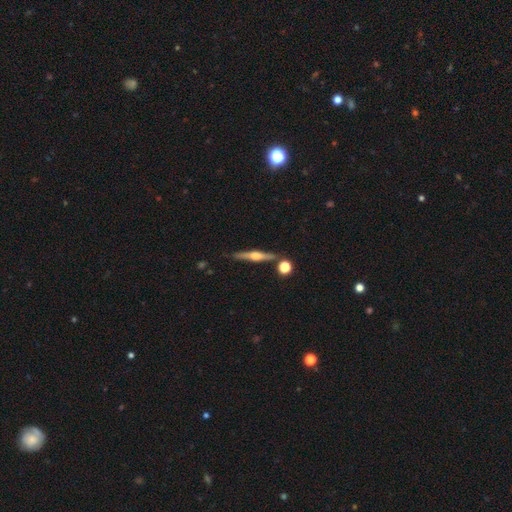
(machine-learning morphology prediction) smooth-or-featured: featured or disk: 72% | smooth: 21% | star or artifact: 7%
  disk-edge-on: yes: 97% | no: 3%
    edge-on-bulge: rounded: 91% | boxy: 6% | none: 3%
  merging: none: 83% | minor disturbance: 9% | merger: 6% | major disturbance: 2%